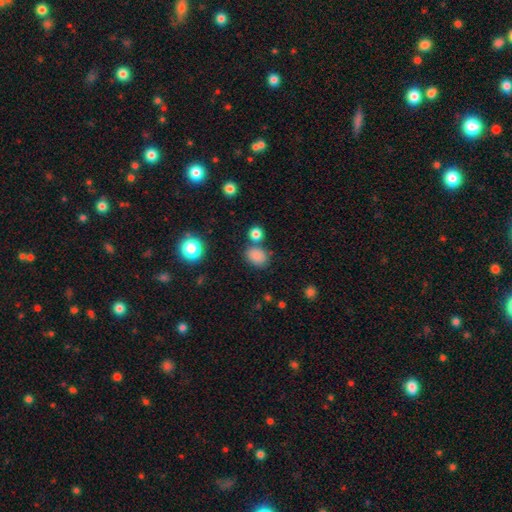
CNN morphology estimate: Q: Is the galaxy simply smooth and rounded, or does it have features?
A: smooth — 83%.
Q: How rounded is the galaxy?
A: in between — 62%.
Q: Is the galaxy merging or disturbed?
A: none — 71%.